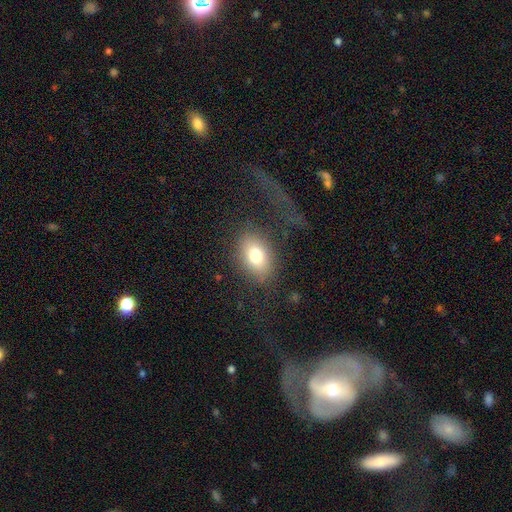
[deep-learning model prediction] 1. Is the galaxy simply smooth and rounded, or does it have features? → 76% smooth, 14% featured or disk, 10% star or artifact.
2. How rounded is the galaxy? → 78% in between, 20% round, 2% cigar-shaped.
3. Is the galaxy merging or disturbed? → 65% none, 18% major disturbance, 14% minor disturbance, 2% merger.